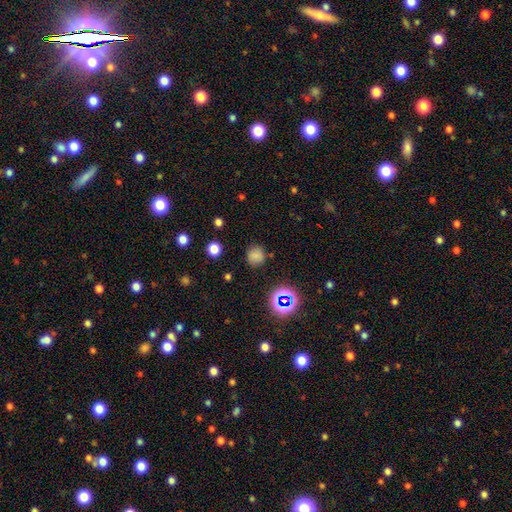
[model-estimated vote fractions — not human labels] A smooth galaxy with no disk features (72%) that is round (88%). Merging: none (82%).